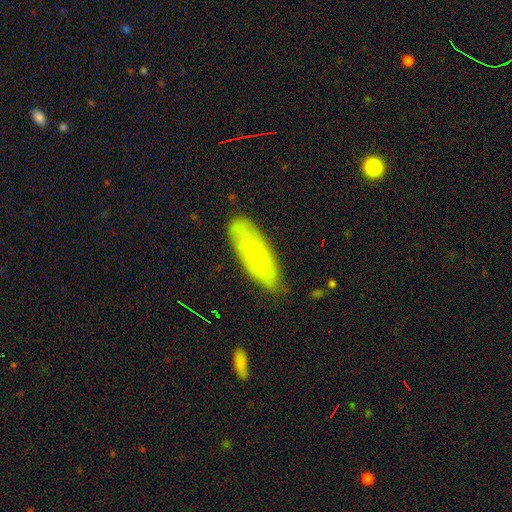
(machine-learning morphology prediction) This appears to be a smooth galaxy with no disk features (59%) that is in between round and cigar-shaped (60%). Merging: none (75%).